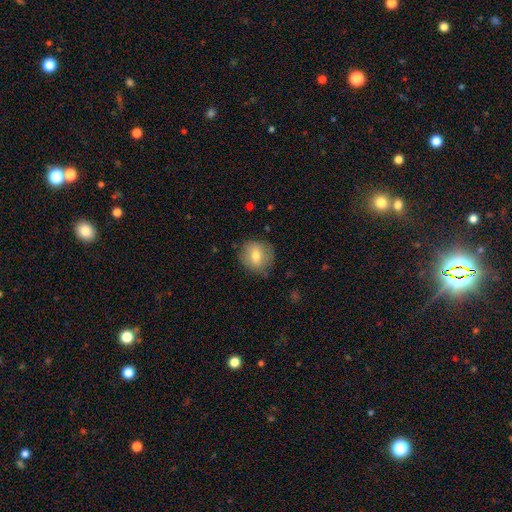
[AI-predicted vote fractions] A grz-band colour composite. It shows a smooth galaxy with no disk features (74%) that is round (86%). Merging: none (80%).